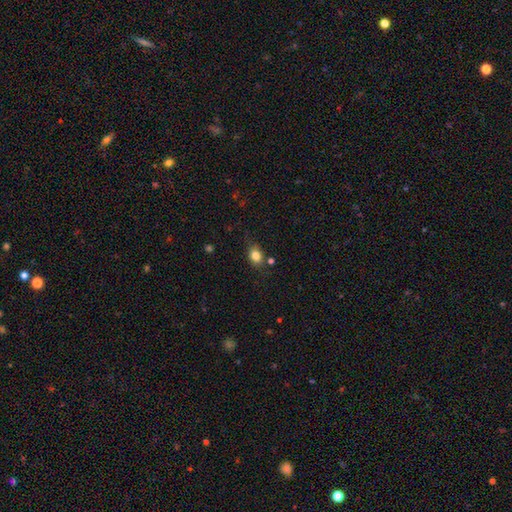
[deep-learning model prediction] Q: Smooth or featured?
A: smooth (82%); runner-up: star or artifact (10%)
Q: How rounded?
A: in between (62%); runner-up: round (37%)
Q: Merging?
A: none (74%); runner-up: minor disturbance (18%)